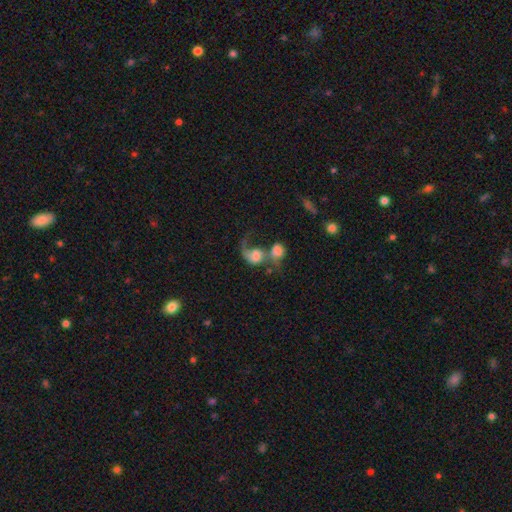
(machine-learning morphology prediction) Smooth or featured? Predicted: featured or disk (p=0.49). Merging? Predicted: merger (p=0.65).